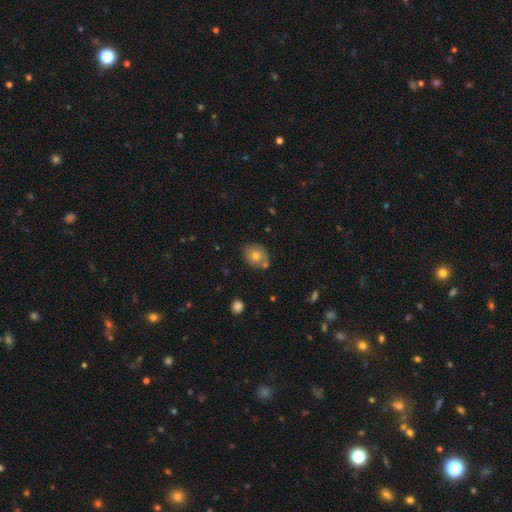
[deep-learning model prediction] A smooth galaxy with no disk features (75%) that is round (53%).

Vote fractions:
- Smooth or featured? smooth: 75% / featured or disk: 16% / star or artifact: 10%
- How rounded? round: 53% / in between: 46% / cigar-shaped: 1%
- Merging? none: 72% / minor disturbance: 14% / merger: 10% / major disturbance: 3%